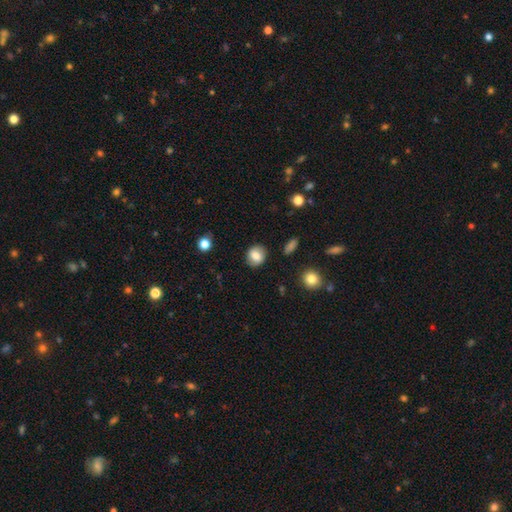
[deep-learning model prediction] Smooth or featured: smooth — 77% (featured or disk — 14%)
How rounded: round — 73% (in between — 25%)
Merging: none — 86% (minor disturbance — 9%)